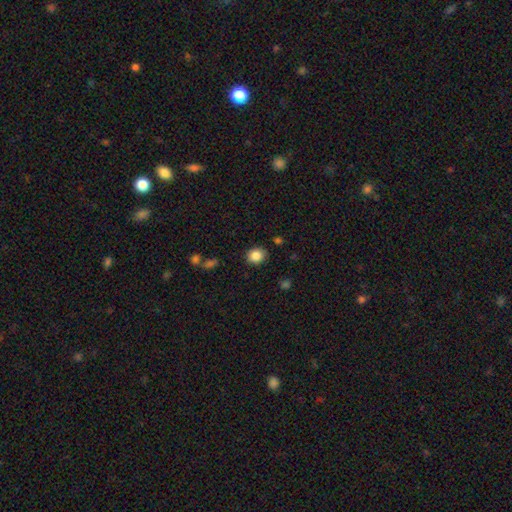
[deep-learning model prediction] This is clearly a smooth galaxy (86%). How rounded: likely round (64%). Merging: clearly none (85%).